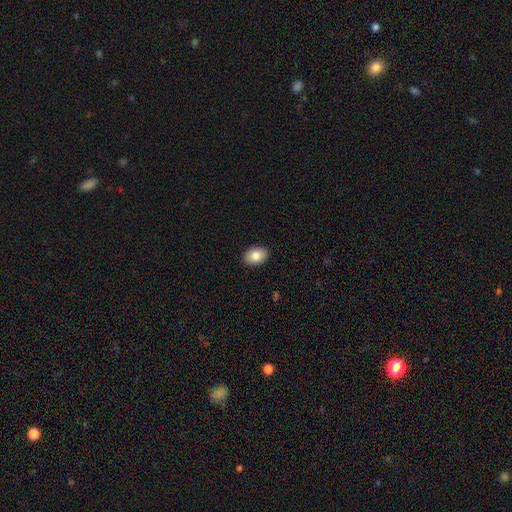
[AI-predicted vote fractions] Smooth or featured? smooth (84%)
How rounded? in between (82%)
Merging? none (90%)